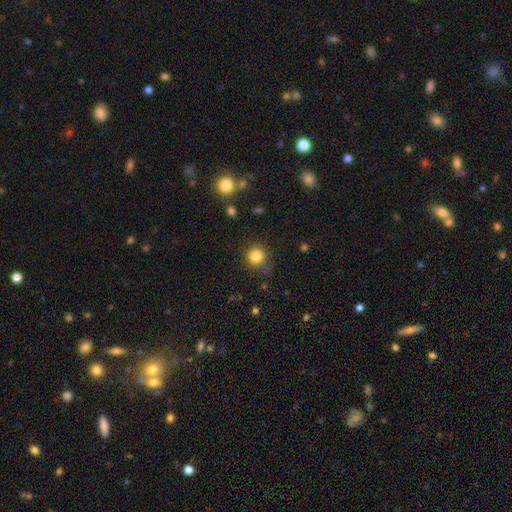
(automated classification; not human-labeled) smooth_or_featured: smooth (p=0.84) [alt: star or artifact p=0.12]
how_rounded: round (p=0.93) [alt: in between p=0.06]
merging: none (p=0.83) [alt: minor disturbance p=0.10]